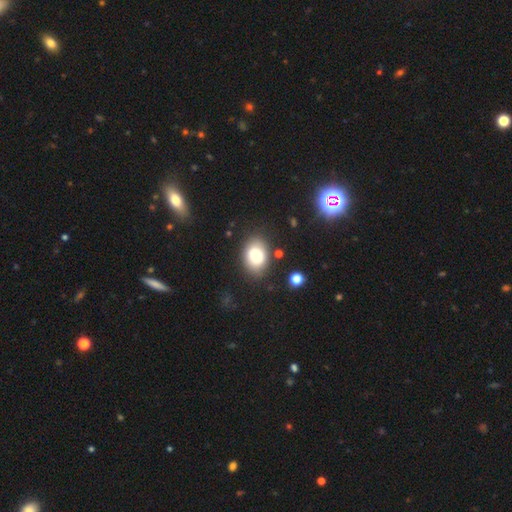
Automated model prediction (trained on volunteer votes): Morphology: type=smooth (78%); roundness=in between (72%); merging=none (79%).